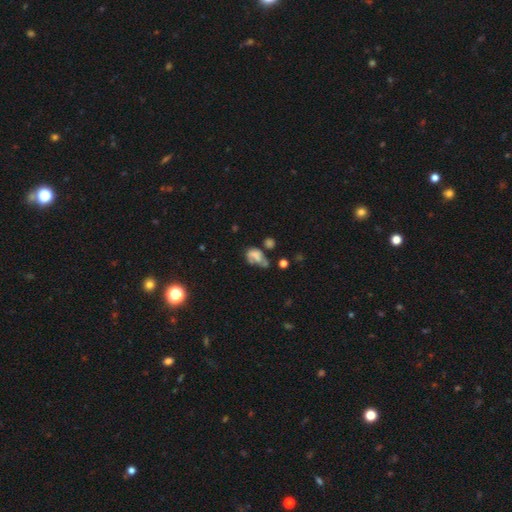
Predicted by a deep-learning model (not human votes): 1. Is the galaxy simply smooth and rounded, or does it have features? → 53% smooth, 33% featured or disk, 15% star or artifact.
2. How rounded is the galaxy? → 78% in between, 20% round, 2% cigar-shaped.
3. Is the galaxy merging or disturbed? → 30% merger, 28% major disturbance, 21% none, 21% minor disturbance.